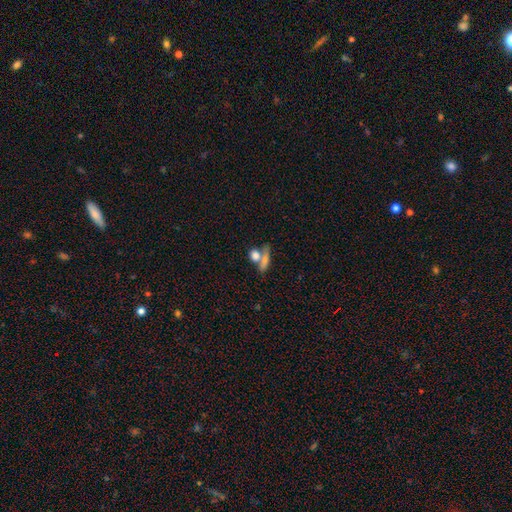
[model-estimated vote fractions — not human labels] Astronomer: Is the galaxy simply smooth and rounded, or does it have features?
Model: smooth — 75%.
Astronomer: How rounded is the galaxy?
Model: round — 44% (runner-up: in between, 41%).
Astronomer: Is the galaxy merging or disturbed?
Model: merger — 45% (runner-up: none, 40%).